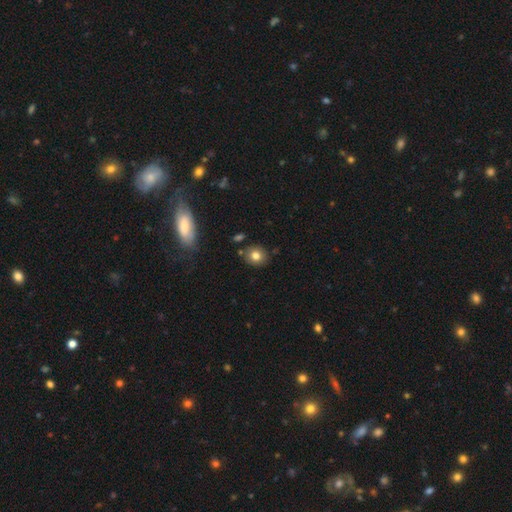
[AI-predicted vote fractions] smooth-or-featured: smooth: 80% | star or artifact: 10% | featured or disk: 10%
  how-rounded: round: 77% | in between: 22% | cigar-shaped: 1%
  merging: none: 83% | minor disturbance: 10% | merger: 4% | major disturbance: 2%